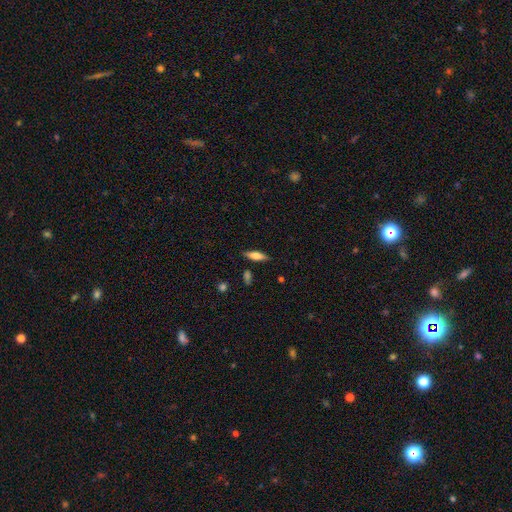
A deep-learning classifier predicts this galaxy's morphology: Q: Smooth or featured?
A: smooth (57%); runner-up: featured or disk (36%)
Q: How rounded?
A: cigar-shaped (54%); runner-up: in between (44%)
Q: Merging?
A: none (84%); runner-up: minor disturbance (12%)